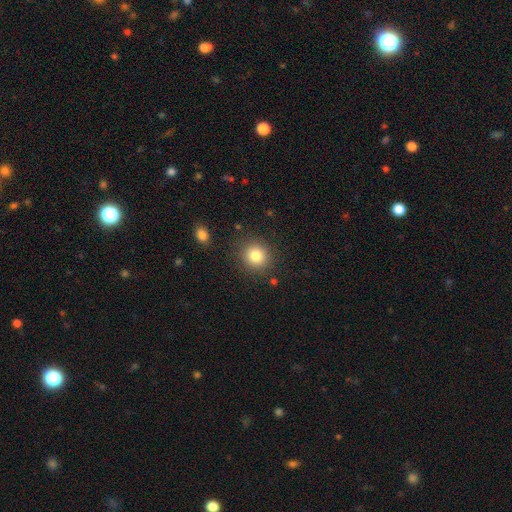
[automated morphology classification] Smooth or featured: smooth — 81% (star or artifact — 11%)
How rounded: round — 89% (in between — 10%)
Merging: none — 87% (minor disturbance — 8%)